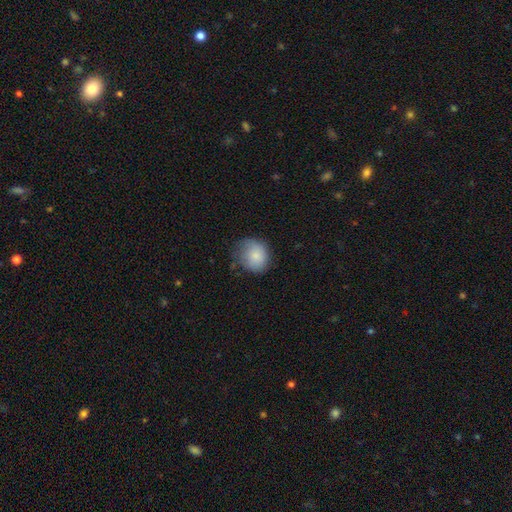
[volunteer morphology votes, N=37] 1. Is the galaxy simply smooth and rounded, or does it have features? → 89% smooth, 8% featured or disk, 3% star or artifact.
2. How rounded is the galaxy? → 85% round, 15% in between, 0% cigar-shaped.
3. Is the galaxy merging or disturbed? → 61% none, 36% minor disturbance, 3% major disturbance, 0% merger.